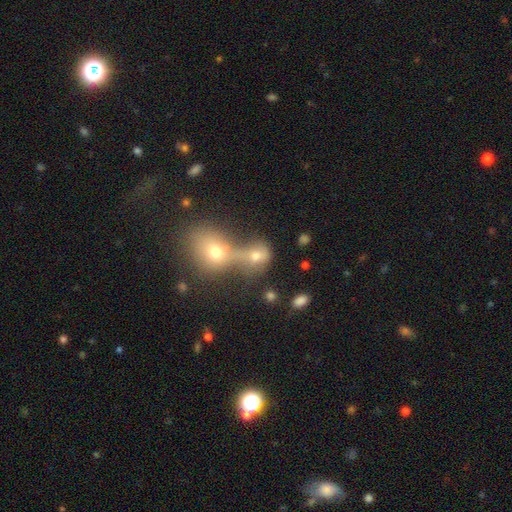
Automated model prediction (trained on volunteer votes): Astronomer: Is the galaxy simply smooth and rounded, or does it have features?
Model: smooth — 67%.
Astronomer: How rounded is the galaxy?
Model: round — 59% (runner-up: in between, 39%).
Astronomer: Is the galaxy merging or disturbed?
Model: merger — 68%.